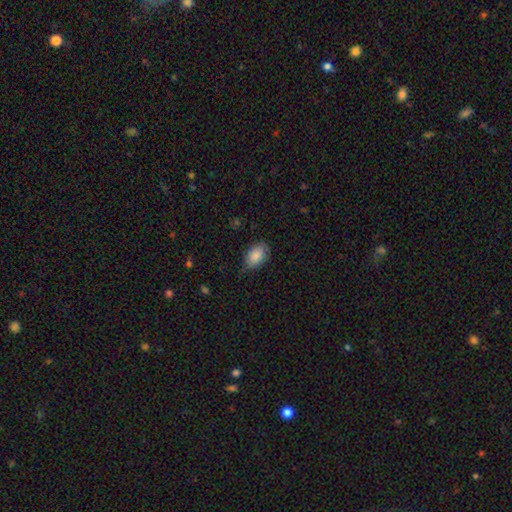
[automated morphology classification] This is clearly a smooth galaxy (86%). How rounded: clearly in between (89%). Merging: likely none (66%).